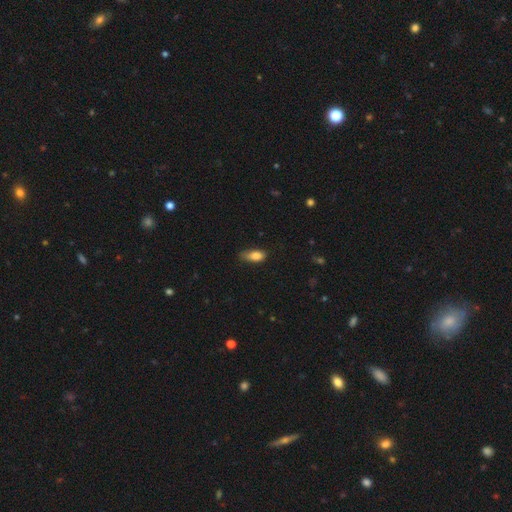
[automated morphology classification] smooth_or_featured: smooth (p=0.84) [alt: featured or disk p=0.08]
how_rounded: in between (p=0.84) [alt: cigar-shaped p=0.12]
merging: none (p=0.52) [alt: minor disturbance p=0.37]